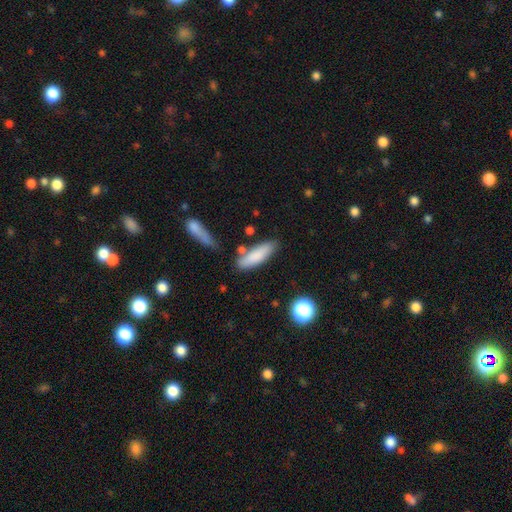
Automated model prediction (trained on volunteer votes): Smooth or featured? Predicted: smooth (p=0.81). How rounded? Predicted: cigar-shaped (p=0.51). Merging? Predicted: none (p=0.71).